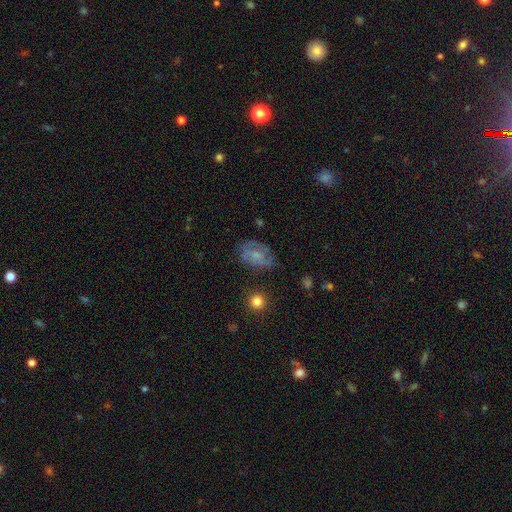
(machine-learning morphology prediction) Q: Smooth or featured?
A: featured or disk (58%); runner-up: smooth (32%)
Q: Edge-on disk?
A: no (97%); runner-up: yes (3%)
Q: Bar?
A: no (50%); runner-up: weak (41%)
Q: Spiral arms?
A: yes (76%); runner-up: no (24%)
Q: Bulge size?
A: small (44%); runner-up: moderate (27%)
Q: Merging?
A: none (62%); runner-up: minor disturbance (23%)